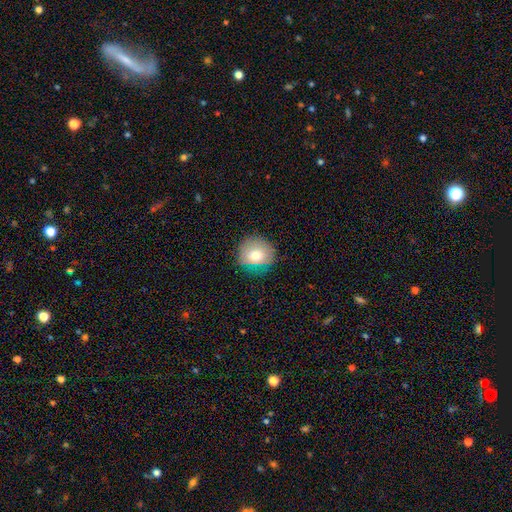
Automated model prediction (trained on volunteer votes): Smooth or featured: smooth — 74% (featured or disk — 17%)
How rounded: round — 86% (in between — 13%)
Merging: none — 78% (minor disturbance — 17%)